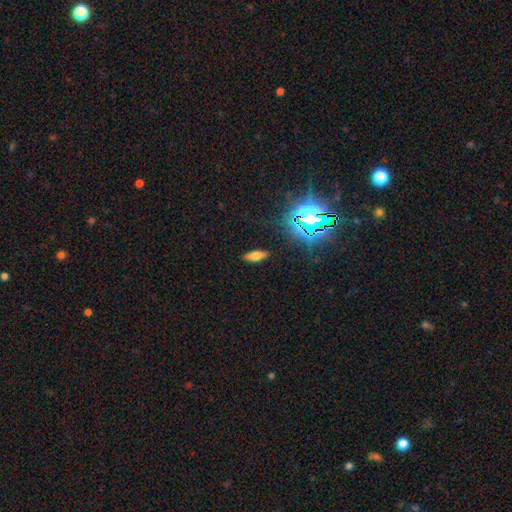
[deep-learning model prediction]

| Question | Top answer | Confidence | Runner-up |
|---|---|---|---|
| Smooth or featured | smooth | 64% | featured or disk (19%) |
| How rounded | in between | 68% | cigar-shaped (27%) |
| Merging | none | 88% | minor disturbance (9%) |